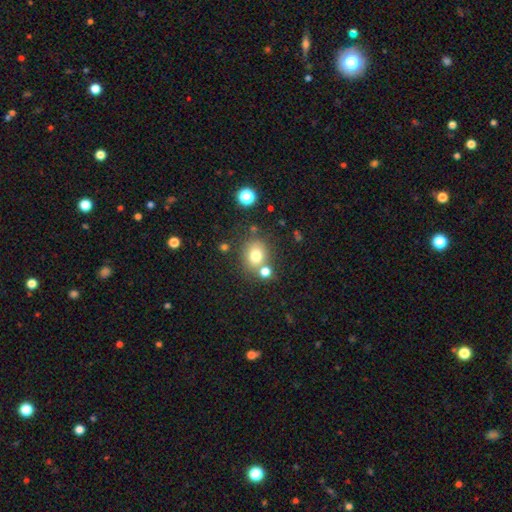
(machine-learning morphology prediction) type=smooth (76%); roundness=round (73%); merging=none (66%).